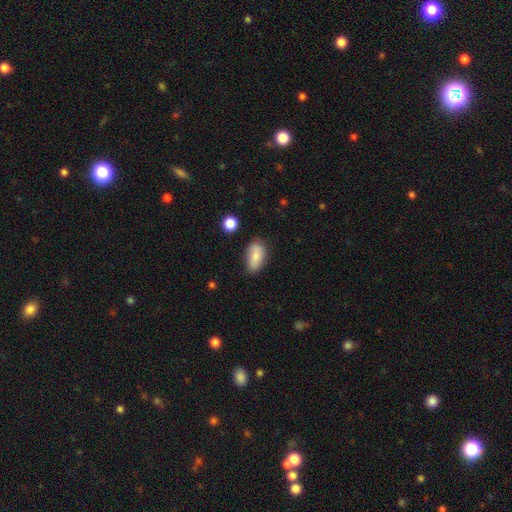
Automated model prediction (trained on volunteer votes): A smooth galaxy with no disk features (80%) that is in between round and cigar-shaped (89%). Merging: none (73%).